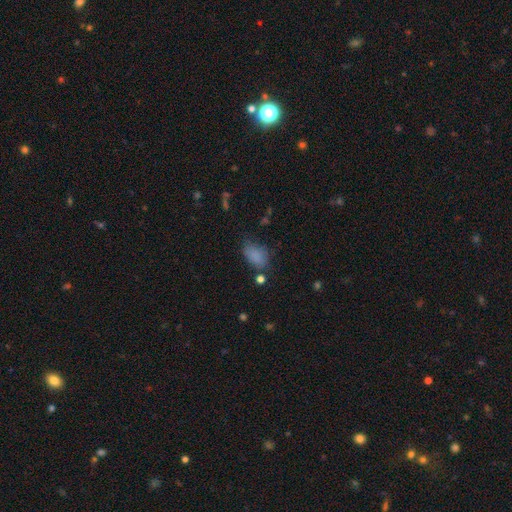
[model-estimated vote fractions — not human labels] Smooth or featured? smooth (80%)
How rounded? in between (86%)
Merging? none (54%)